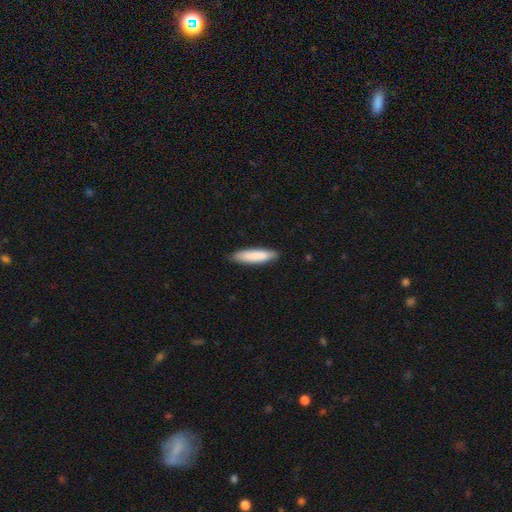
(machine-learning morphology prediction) smooth_or_featured: smooth (p=0.85) [alt: featured or disk p=0.10]
how_rounded: cigar-shaped (p=0.73) [alt: in between p=0.25]
merging: none (p=0.85) [alt: minor disturbance p=0.12]